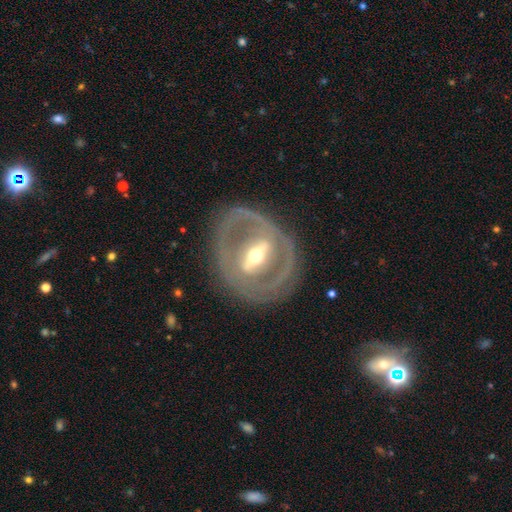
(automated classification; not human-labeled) Q: Smooth or featured?
A: featured or disk (80%); runner-up: smooth (15%)
Q: Edge-on disk?
A: no (88%); runner-up: yes (12%)
Q: Bar?
A: strong (66%); runner-up: weak (22%)
Q: Spiral arms?
A: no (60%); runner-up: yes (40%)
Q: Bulge size?
A: moderate (57%); runner-up: small (34%)
Q: Merging?
A: none (77%); runner-up: minor disturbance (12%)